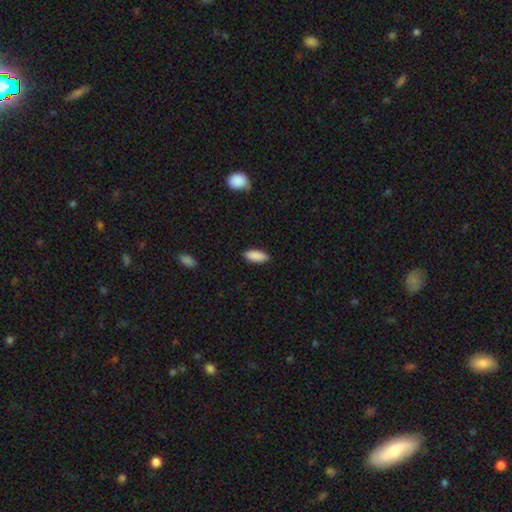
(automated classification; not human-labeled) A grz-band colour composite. It shows a smooth galaxy with no disk features (89%) that is in between round and cigar-shaped (80%). Merging: none (88%).